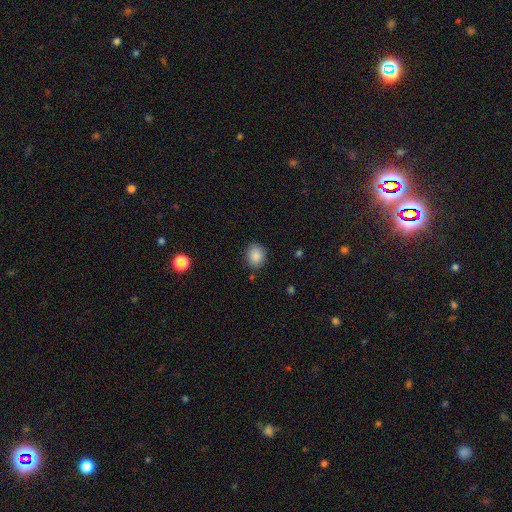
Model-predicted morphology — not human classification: Smooth or featured? Predicted: smooth (p=0.86). How rounded? Predicted: round (p=0.59). Merging? Predicted: none (p=0.84).